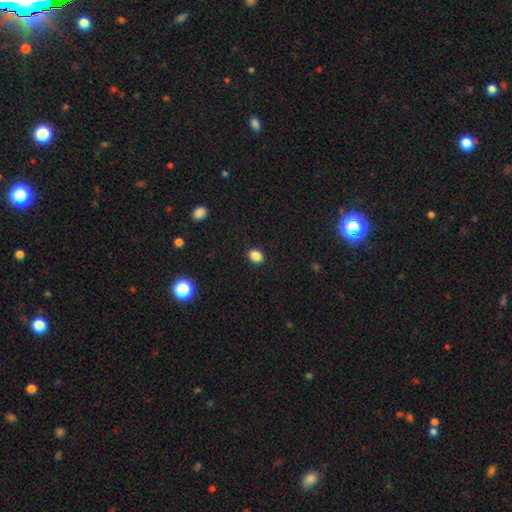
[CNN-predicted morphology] A smooth galaxy with no disk features (86%) that is in between round and cigar-shaped (57%).

Vote fractions:
- Smooth or featured? smooth: 86% / star or artifact: 11% / featured or disk: 3%
- How rounded? in between: 57% / round: 42% / cigar-shaped: 1%
- Merging? none: 90% / minor disturbance: 7% / major disturbance: 2% / merger: 1%